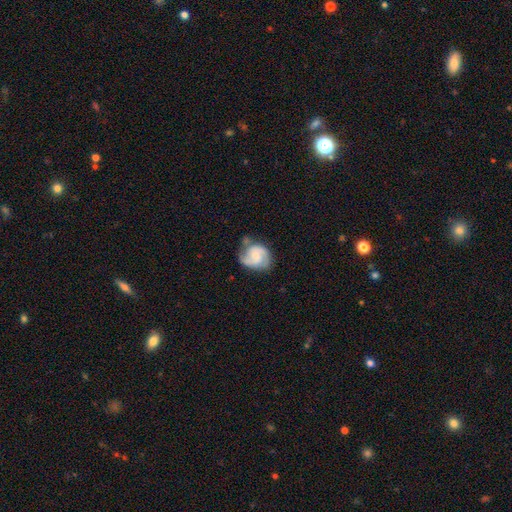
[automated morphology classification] Smooth or featured? Predicted: featured or disk (p=0.79). Edge-on disk? Predicted: no (p=0.98). Bar? Predicted: no (p=0.54). Spiral arms? Predicted: yes (p=0.96). Spiral winding? Predicted: medium (p=0.49). Spiral arm count? Predicted: 2 (p=0.76). Bulge size? Predicted: small (p=0.54). Merging? Predicted: none (p=0.59).